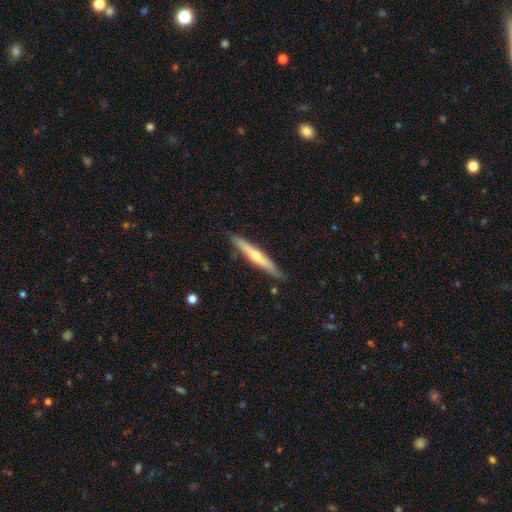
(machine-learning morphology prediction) A featured or disk galaxy (58%) viewed edge-on (94%) with a rounded central bulge (79%).

Vote fractions:
- Smooth or featured? featured or disk: 58% / smooth: 37% / star or artifact: 6%
- Edge-on disk? yes: 94% / no: 6%
- Edge-on bulge? rounded: 79% / none: 18% / boxy: 3%
- Merging? none: 86% / minor disturbance: 11% / major disturbance: 2% / merger: 1%